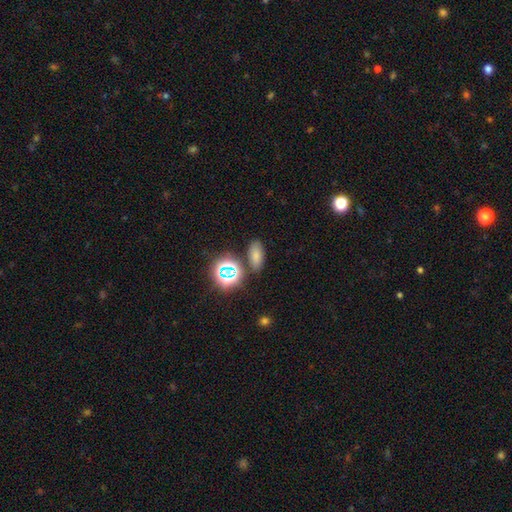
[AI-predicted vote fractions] Overall: smooth (69%). How rounded: in between (84%). Merging: none (79%).